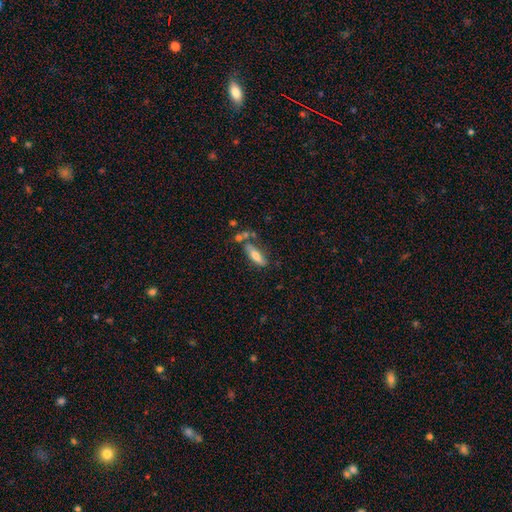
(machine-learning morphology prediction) This appears to be a smooth galaxy with no disk features (67%) that is in between round and cigar-shaped (54%). Merging: none (58%).